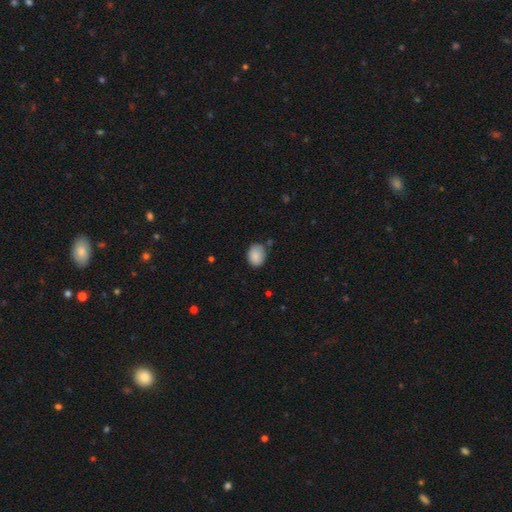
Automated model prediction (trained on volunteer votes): Smooth or featured?
  - smooth: 87% *
  - star or artifact: 7%
  - featured or disk: 5%
How rounded?
  - in between: 65% *
  - round: 34%
  - cigar-shaped: 1%
Merging?
  - none: 72% *
  - minor disturbance: 20%
  - major disturbance: 4%
  - merger: 4%